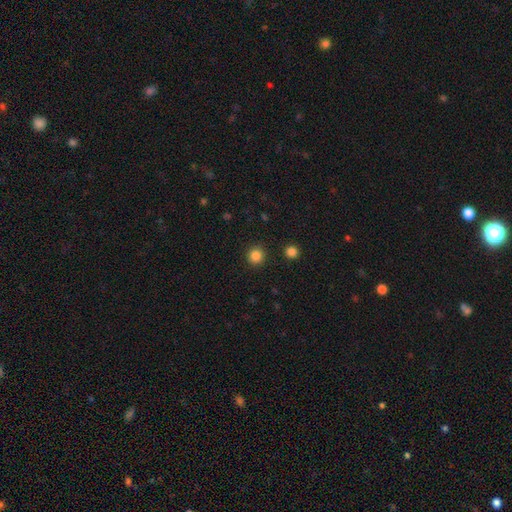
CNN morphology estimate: This appears to be a smooth galaxy with no disk features (84%) that is round (94%). Merging: none (92%).